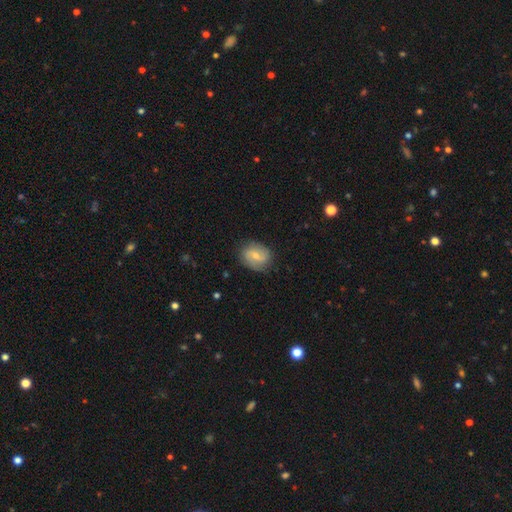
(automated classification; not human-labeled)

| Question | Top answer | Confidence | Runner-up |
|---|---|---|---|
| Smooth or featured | featured or disk | 48% | smooth (45%) |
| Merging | none | 79% | minor disturbance (16%) |